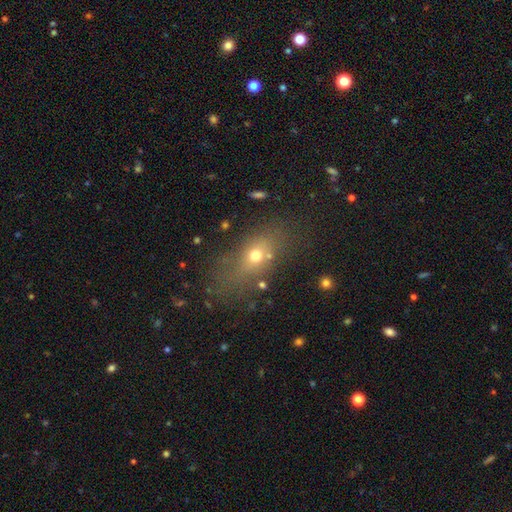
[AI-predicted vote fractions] smooth-or-featured: smooth: 61% | featured or disk: 21% | star or artifact: 18%
  how-rounded: in between: 65% | round: 22% | cigar-shaped: 12%
  merging: none: 67% | minor disturbance: 17% | major disturbance: 10% | merger: 5%